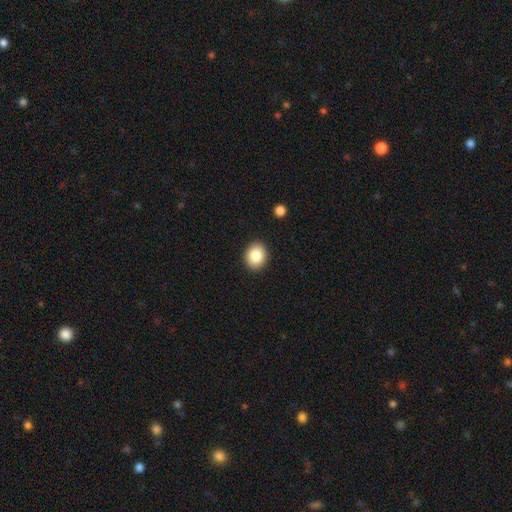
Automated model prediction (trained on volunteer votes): A smooth galaxy with no disk features (86%) that is round (59%).

Vote fractions:
- Smooth or featured? smooth: 86% / star or artifact: 8% / featured or disk: 6%
- How rounded? round: 59% / in between: 40% / cigar-shaped: 1%
- Merging? none: 90% / minor disturbance: 6% / major disturbance: 2% / merger: 1%